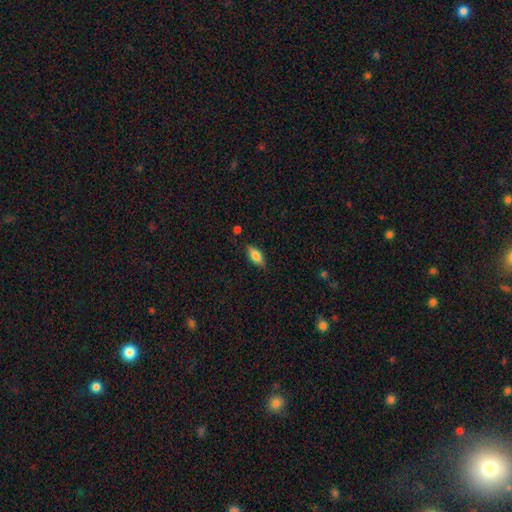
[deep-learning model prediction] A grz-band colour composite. It shows a smooth galaxy with no disk features (74%) that is in between round and cigar-shaped (83%). Merging: none (81%).